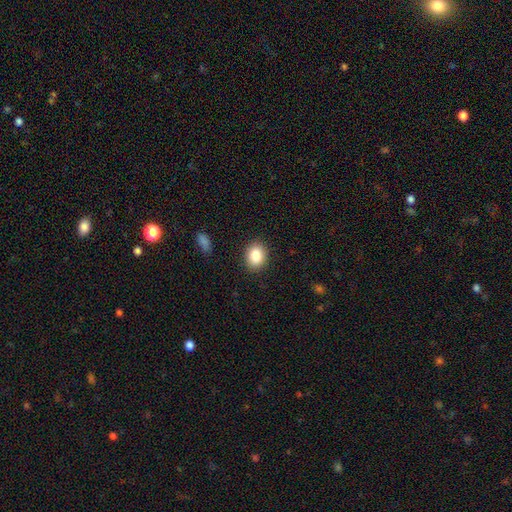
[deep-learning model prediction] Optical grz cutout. It shows a smooth galaxy with no disk features (86%) that is in between round and cigar-shaped (61%). Merging: none (88%).